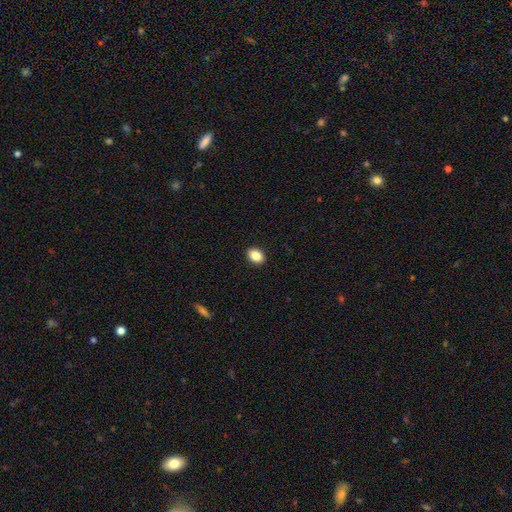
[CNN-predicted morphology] Smooth or featured: smooth — 86% (star or artifact — 9%)
How rounded: in between — 61% (round — 38%)
Merging: none — 92% (minor disturbance — 6%)